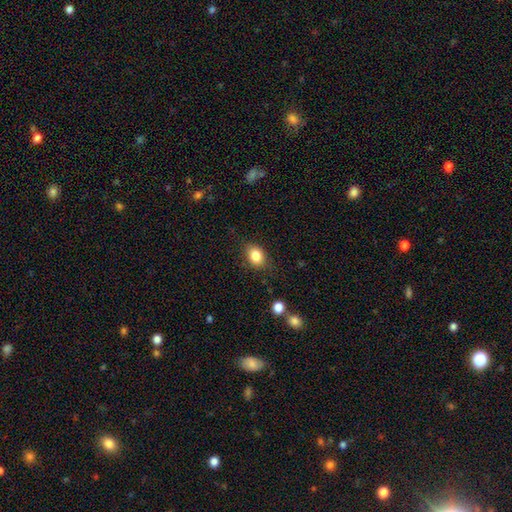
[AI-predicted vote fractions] Smooth or featured? Predicted: smooth (p=0.84). How rounded? Predicted: in between (p=0.67). Merging? Predicted: none (p=0.81).